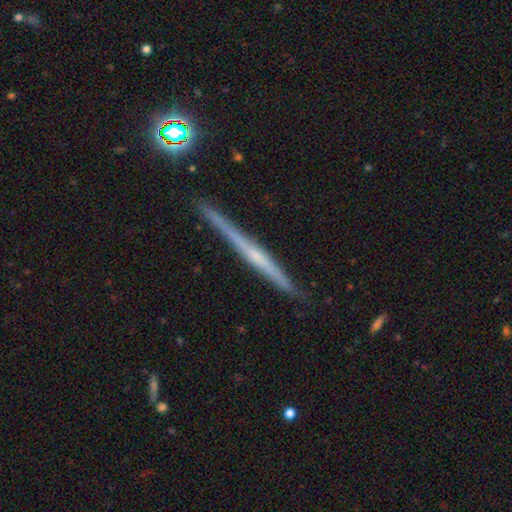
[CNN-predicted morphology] smooth_or_featured: featured or disk (p=0.69) [alt: smooth p=0.22]
disk_edge_on: yes (p=0.98) [alt: no p=0.02]
edge_on_bulge: none (p=0.57) [alt: rounded p=0.35]
merging: none (p=0.88) [alt: minor disturbance p=0.09]